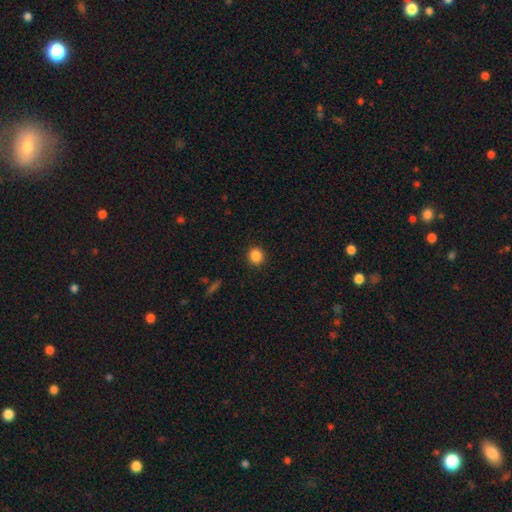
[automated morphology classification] This is clearly a smooth galaxy (87%). How rounded: clearly round (86%). Merging: clearly none (91%).